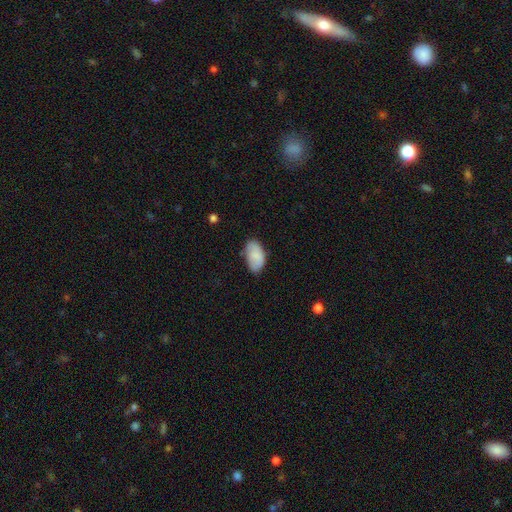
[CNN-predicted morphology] Smooth or featured? smooth (83%)
How rounded? in between (95%)
Merging? none (69%)